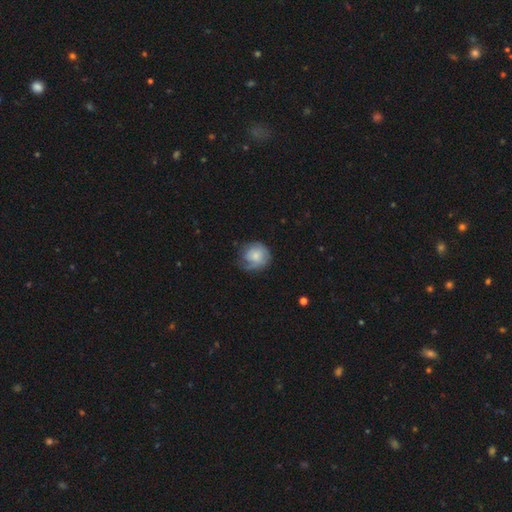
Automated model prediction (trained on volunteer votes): Q: Smooth or featured?
A: smooth (64%); runner-up: featured or disk (29%)
Q: How rounded?
A: round (83%); runner-up: in between (16%)
Q: Merging?
A: none (56%); runner-up: minor disturbance (29%)